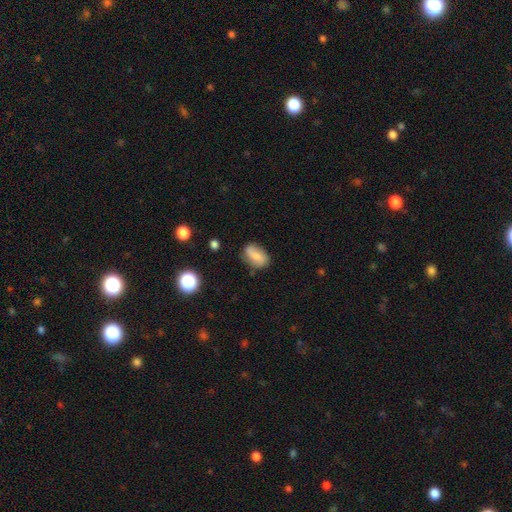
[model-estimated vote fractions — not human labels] Smooth or featured: smooth — 71% (featured or disk — 20%)
How rounded: in between — 87% (round — 11%)
Merging: none — 70% (minor disturbance — 22%)